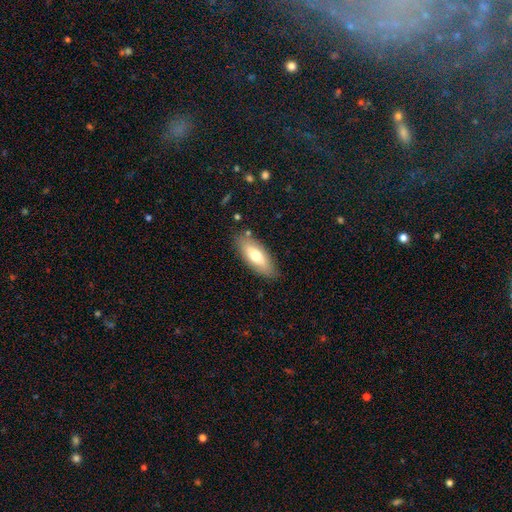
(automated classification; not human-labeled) smooth-or-featured: smooth: 68% | featured or disk: 26% | star or artifact: 6%
  how-rounded: in between: 73% | cigar-shaped: 25% | round: 2%
  merging: none: 83% | minor disturbance: 12% | major disturbance: 3% | merger: 2%